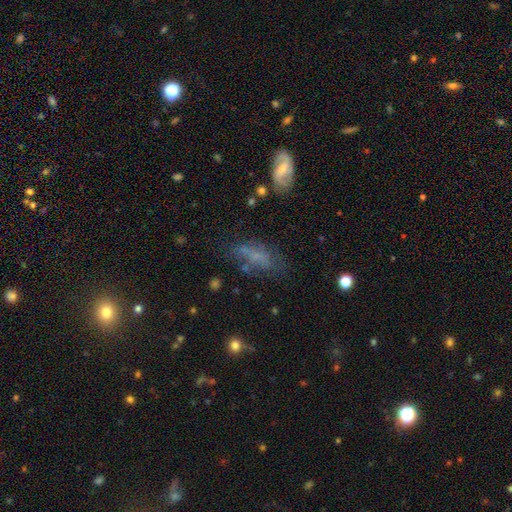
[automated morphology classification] This appears to be a smooth galaxy with no disk features (48%). Merging: none (49%).